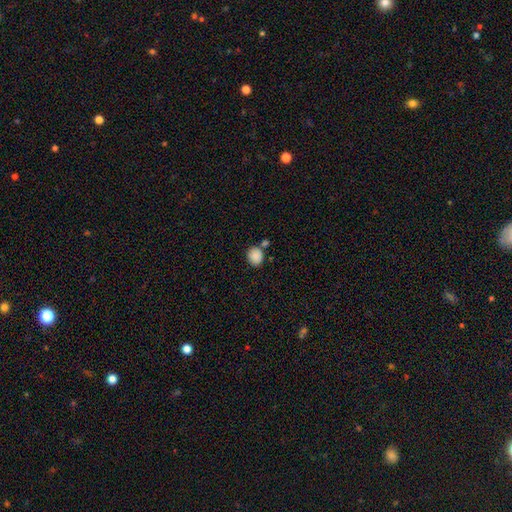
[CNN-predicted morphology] type=smooth (87%); roundness=round (64%); merging=none (68%).